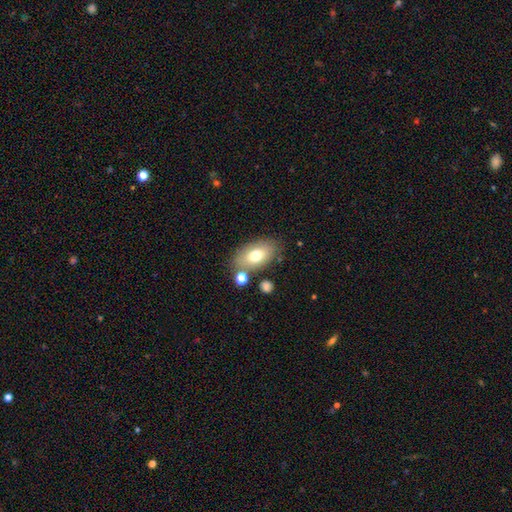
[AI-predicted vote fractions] Q: Smooth or featured?
A: smooth (72%); runner-up: featured or disk (19%)
Q: How rounded?
A: in between (91%); runner-up: round (7%)
Q: Merging?
A: none (75%); runner-up: minor disturbance (13%)